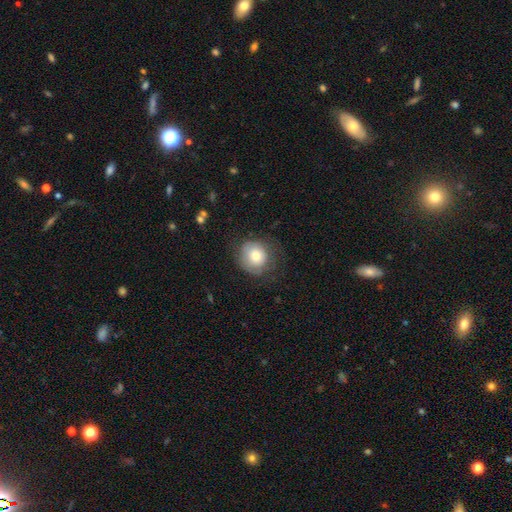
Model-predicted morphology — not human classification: A smooth galaxy with no disk features (65%) that is round (85%). Merging: none (65%).